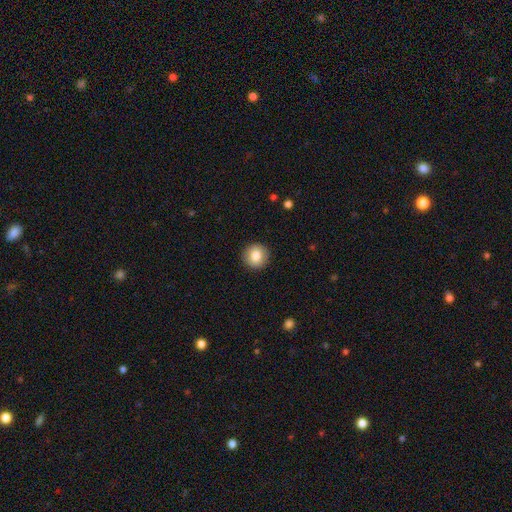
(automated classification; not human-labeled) Q: Smooth or featured?
A: smooth (85%); runner-up: star or artifact (8%)
Q: How rounded?
A: round (94%); runner-up: in between (5%)
Q: Merging?
A: none (92%); runner-up: minor disturbance (5%)